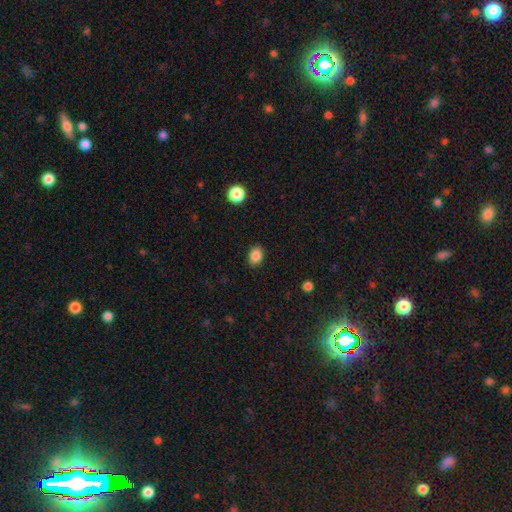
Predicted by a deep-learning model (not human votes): smooth-or-featured: smooth: 87% | star or artifact: 10% | featured or disk: 3%
  how-rounded: in between: 64% | round: 35% | cigar-shaped: 1%
  merging: none: 87% | minor disturbance: 9% | major disturbance: 3% | merger: 1%